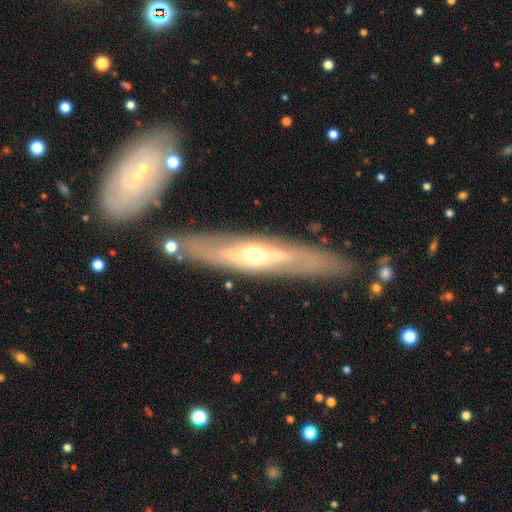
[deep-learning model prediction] Smooth or featured: featured or disk — 71% (smooth — 23%)
Edge-on disk: yes — 65% (no — 35%)
Merging: none — 82% (minor disturbance — 11%)